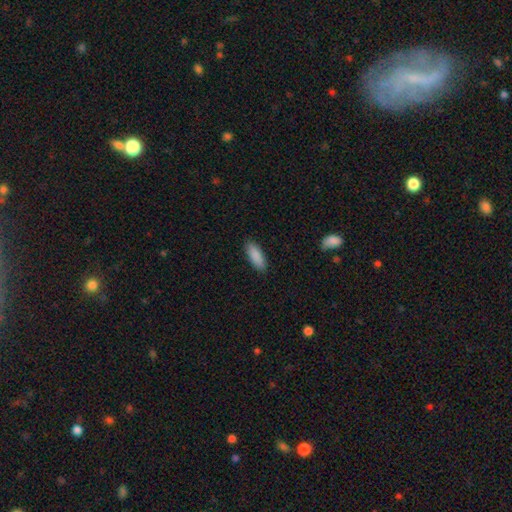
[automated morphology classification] This appears to be a smooth galaxy with no disk features (89%) that is in between round and cigar-shaped (72%). Merging: none (88%).